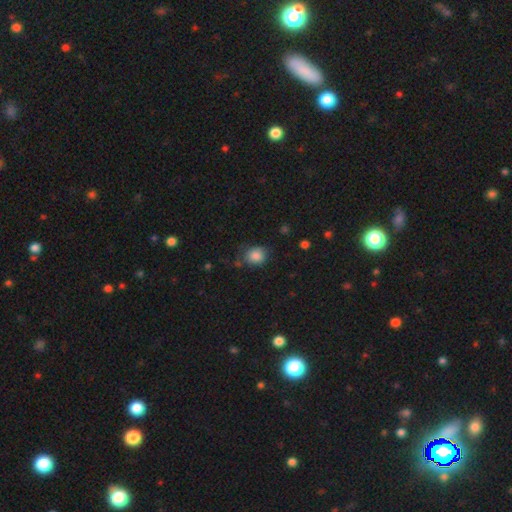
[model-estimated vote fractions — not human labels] A smooth galaxy with no disk features (84%) that is round (66%). Merging: none (66%).